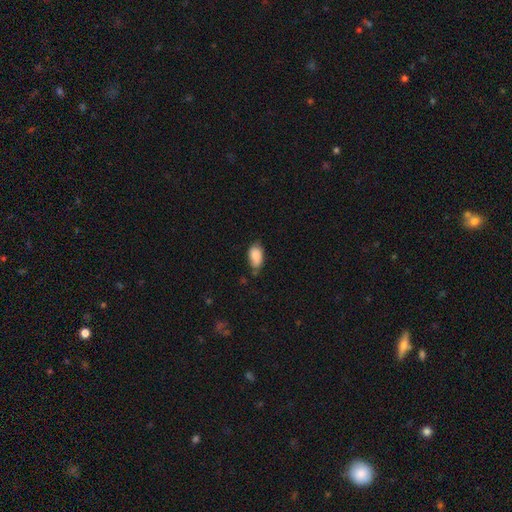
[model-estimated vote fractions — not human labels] smooth 86%, star or artifact 7%, featured or disk 7%. Down the decision tree: how rounded — in between (92%); merging — none (56%).